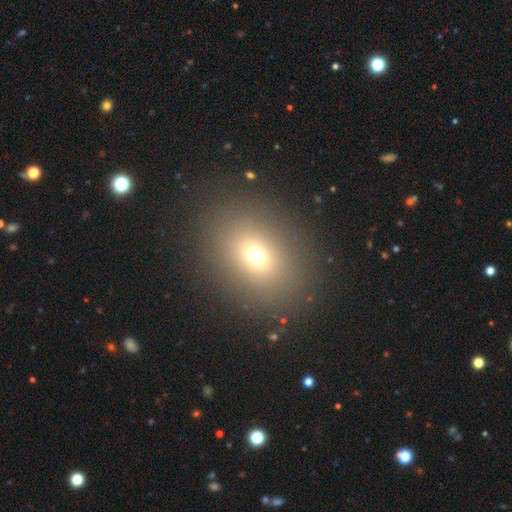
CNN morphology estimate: smooth-or-featured: smooth: 68% | star or artifact: 19% | featured or disk: 13%
  how-rounded: in between: 52% | round: 46% | cigar-shaped: 1%
  merging: none: 86% | minor disturbance: 8% | major disturbance: 5% | merger: 2%